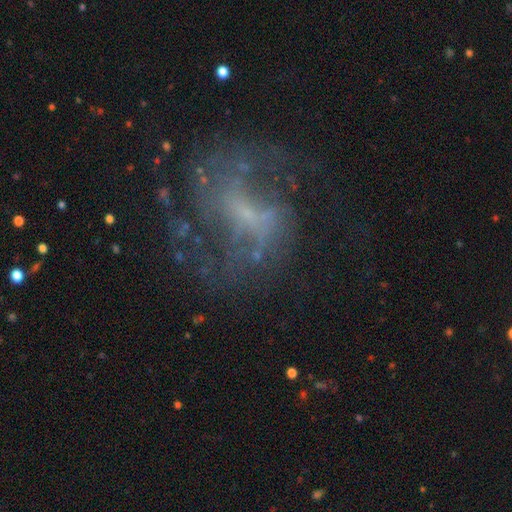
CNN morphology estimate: A featured or disk galaxy (53%) with no bar (58%), no spiral arms (64%) and a small central bulge (46%). Merging: none (43%).